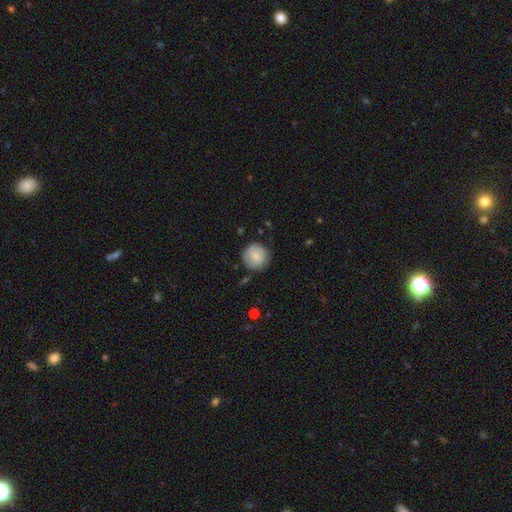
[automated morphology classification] Smooth or featured? Predicted: smooth (p=0.76). How rounded? Predicted: round (p=0.93). Merging? Predicted: none (p=0.82).